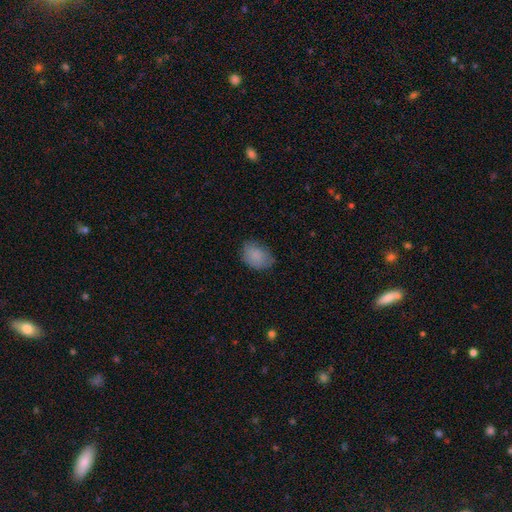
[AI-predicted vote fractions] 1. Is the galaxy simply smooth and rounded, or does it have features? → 85% smooth, 8% featured or disk, 7% star or artifact.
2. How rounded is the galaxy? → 75% in between, 24% round, 1% cigar-shaped.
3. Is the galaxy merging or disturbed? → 70% none, 23% minor disturbance, 5% major disturbance, 1% merger.